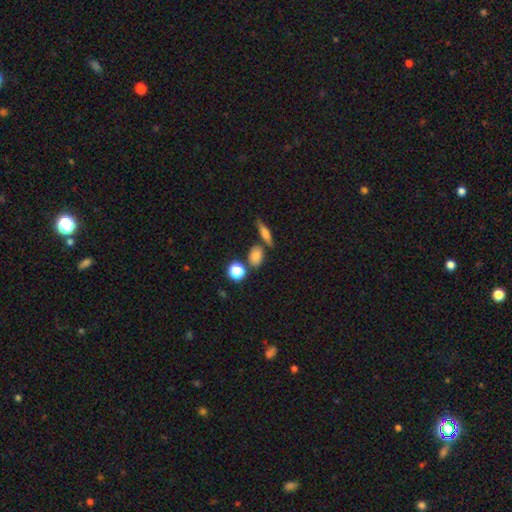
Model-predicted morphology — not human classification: A smooth galaxy with no disk features (78%) that is in between round and cigar-shaped (55%). Merging: none (71%).